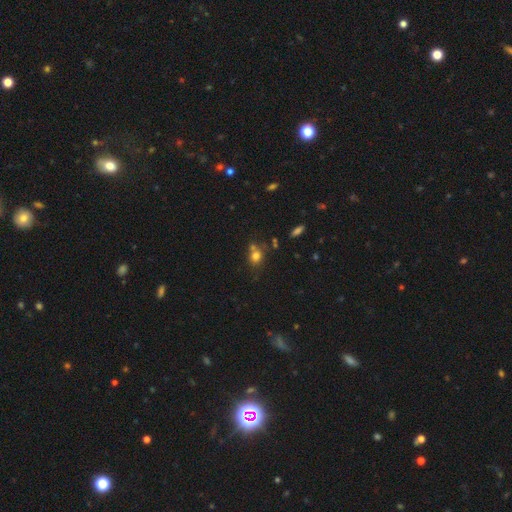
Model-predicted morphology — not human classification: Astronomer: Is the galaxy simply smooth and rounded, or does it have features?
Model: smooth — 74%.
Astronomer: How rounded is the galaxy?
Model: round — 69%.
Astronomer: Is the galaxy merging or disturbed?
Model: none — 54%.